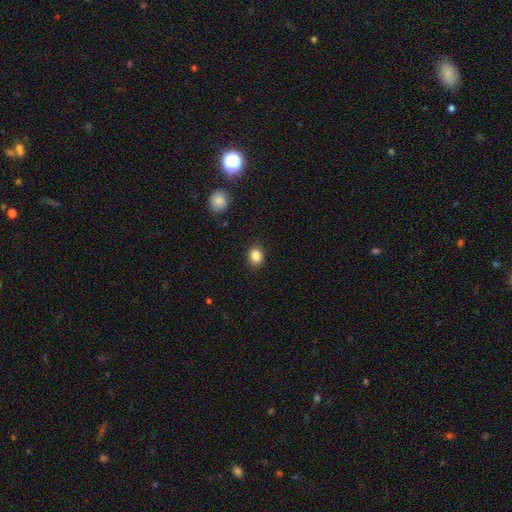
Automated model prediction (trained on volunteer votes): smooth_or_featured: smooth (p=0.85) [alt: star or artifact p=0.10]
how_rounded: round (p=0.57) [alt: in between p=0.42]
merging: none (p=0.89) [alt: minor disturbance p=0.08]